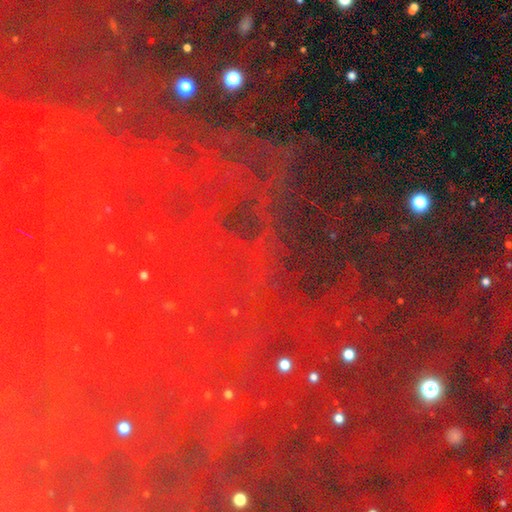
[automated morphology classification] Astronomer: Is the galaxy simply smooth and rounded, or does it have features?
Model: star or artifact — 85%.